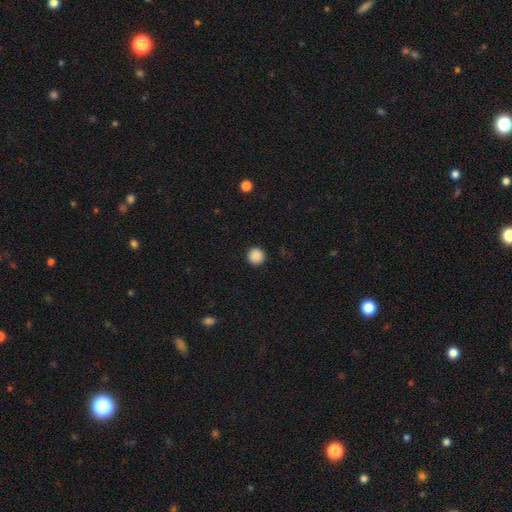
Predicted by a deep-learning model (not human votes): Smooth or featured?
  - smooth: 89% *
  - star or artifact: 9%
  - featured or disk: 2%
How rounded?
  - round: 96% *
  - in between: 3%
  - cigar-shaped: 1%
Merging?
  - none: 93% *
  - minor disturbance: 4%
  - major disturbance: 2%
  - merger: 1%